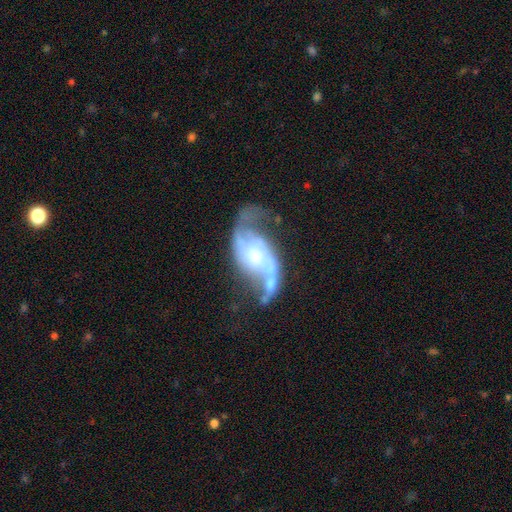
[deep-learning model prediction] Smooth or featured?
  - featured or disk: 87% *
  - smooth: 7%
  - star or artifact: 6%
Edge-on disk?
  - no: 96% *
  - yes: 4%
Bar?
  - no: 48% *
  - weak: 36%
  - strong: 16%
Spiral arms?
  - yes: 93% *
  - no: 7%
Spiral winding?
  - loose: 59% *
  - medium: 32%
  - tight: 9%
Spiral arm count?
  - 2: 90% *
  - can't tell: 4%
  - 1: 3%
  - 3: 2%
  - 4: 1%
  - more than 4: 1%
Bulge size?
  - moderate: 48% *
  - small: 33%
  - large: 11%
  - none: 6%
  - dominant: 2%
Merging?
  - none: 46% *
  - major disturbance: 22%
  - minor disturbance: 19%
  - merger: 12%